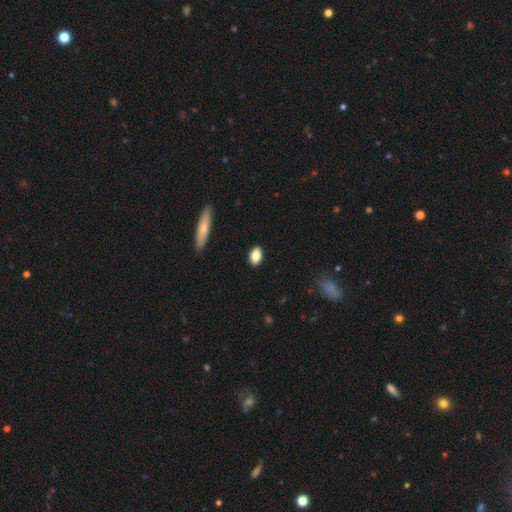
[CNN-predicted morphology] Overall: smooth (85%). How rounded: in between (83%). Merging: none (89%).